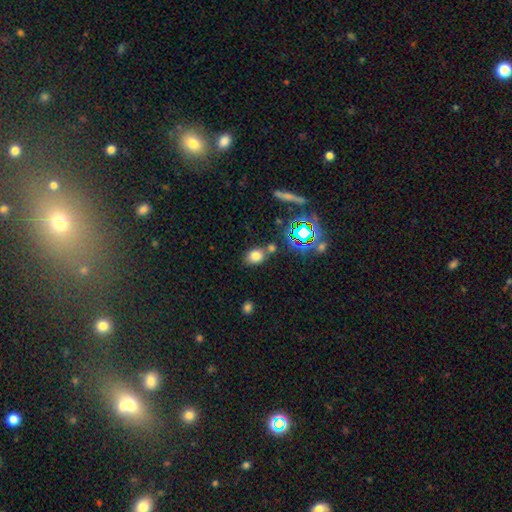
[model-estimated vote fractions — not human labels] Overall: smooth (73%). How rounded: in between (61%; round 37%). Merging: none (66%).